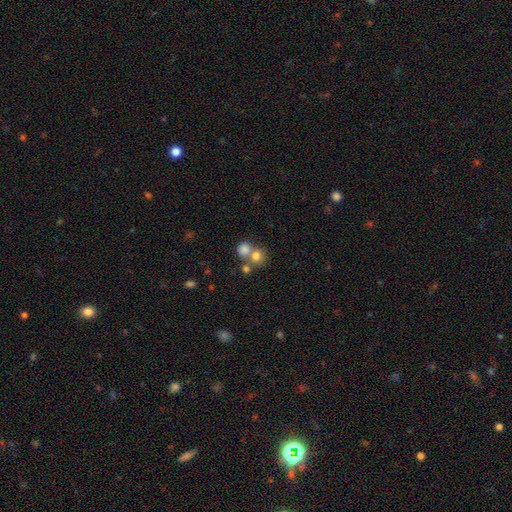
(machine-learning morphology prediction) Smooth or featured?
  - smooth: 75% *
  - star or artifact: 13%
  - featured or disk: 12%
How rounded?
  - round: 84% *
  - in between: 15%
  - cigar-shaped: 1%
Merging?
  - merger: 46% *
  - none: 43%
  - minor disturbance: 7%
  - major disturbance: 4%